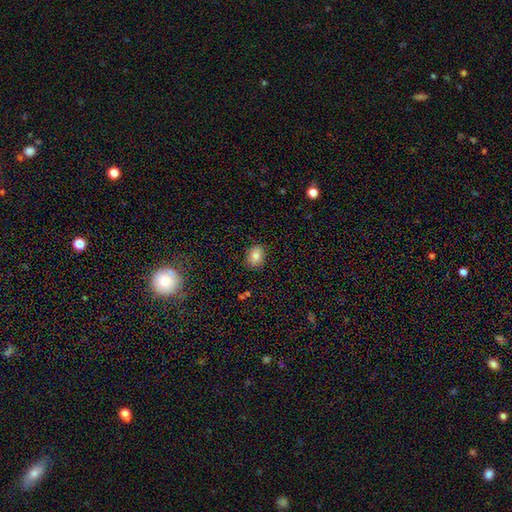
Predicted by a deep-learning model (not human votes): Smooth or featured?
  - smooth: 82% *
  - star or artifact: 10%
  - featured or disk: 8%
How rounded?
  - in between: 60% *
  - round: 38%
  - cigar-shaped: 1%
Merging?
  - none: 86% *
  - minor disturbance: 10%
  - major disturbance: 2%
  - merger: 1%